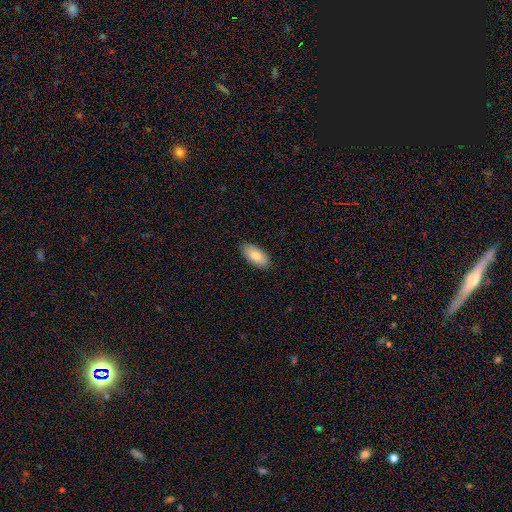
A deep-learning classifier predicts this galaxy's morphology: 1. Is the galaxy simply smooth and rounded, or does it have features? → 81% smooth, 12% featured or disk, 6% star or artifact.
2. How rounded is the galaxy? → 91% in between, 7% cigar-shaped, 2% round.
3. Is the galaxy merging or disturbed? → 88% none, 9% minor disturbance, 2% major disturbance, 1% merger.